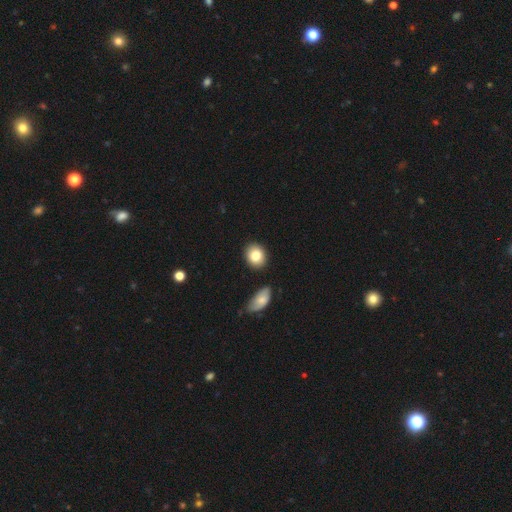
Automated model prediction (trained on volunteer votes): Overall: smooth (84%). How rounded: round (50%; in between 49%). Merging: none (84%).